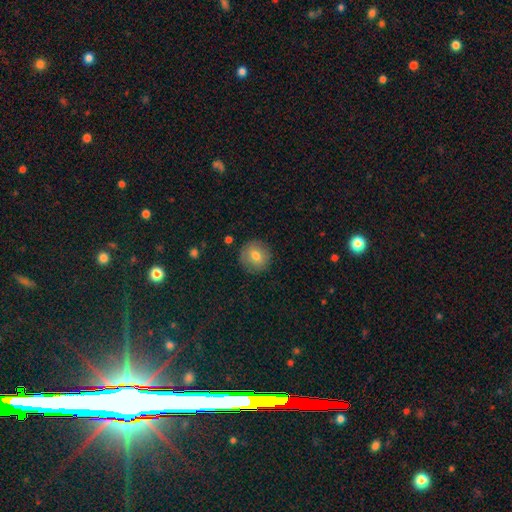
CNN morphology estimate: A smooth galaxy with no disk features (74%) that is round (93%). Merging: none (88%).